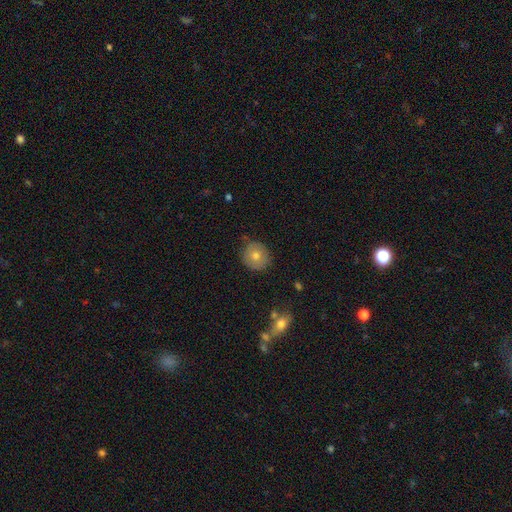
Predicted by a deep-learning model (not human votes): Smooth or featured? Predicted: smooth (p=0.66). How rounded? Predicted: round (p=0.89). Merging? Predicted: none (p=0.84).